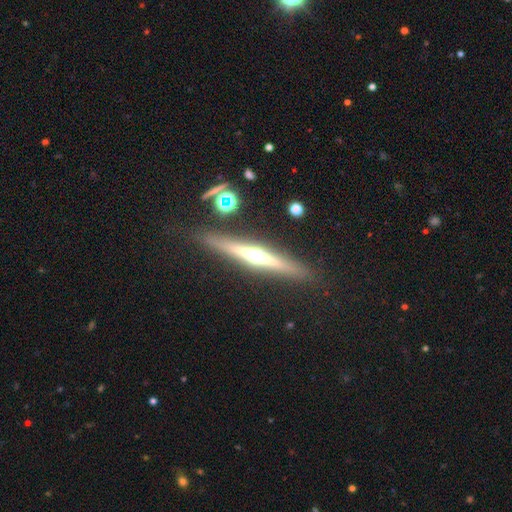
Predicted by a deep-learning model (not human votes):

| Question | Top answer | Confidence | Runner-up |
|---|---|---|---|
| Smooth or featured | featured or disk | 75% | smooth (16%) |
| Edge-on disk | yes | 97% | no (3%) |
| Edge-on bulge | rounded | 93% | boxy (4%) |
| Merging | none | 88% | minor disturbance (8%) |